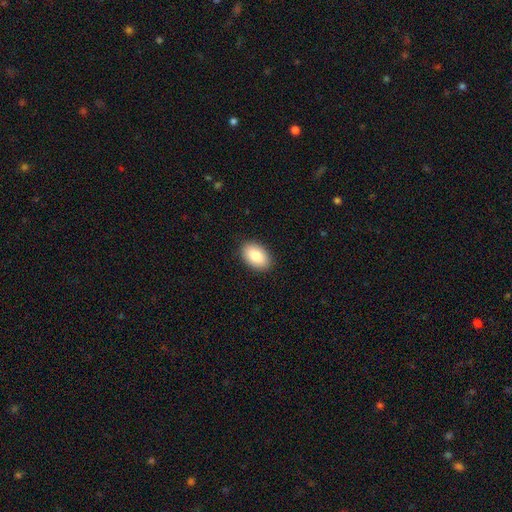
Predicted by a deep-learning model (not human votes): Smooth or featured?
  - smooth: 85% *
  - featured or disk: 8%
  - star or artifact: 7%
How rounded?
  - in between: 92% *
  - round: 7%
  - cigar-shaped: 1%
Merging?
  - none: 89% *
  - minor disturbance: 8%
  - major disturbance: 2%
  - merger: 1%